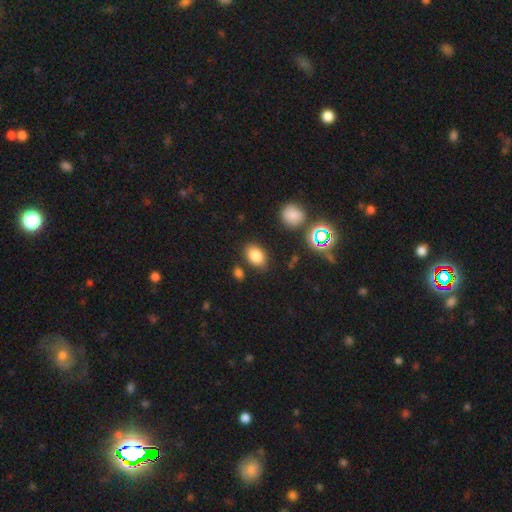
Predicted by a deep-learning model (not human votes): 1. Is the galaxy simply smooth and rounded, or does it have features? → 81% smooth, 12% star or artifact, 7% featured or disk.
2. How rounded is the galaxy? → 82% in between, 17% round, 1% cigar-shaped.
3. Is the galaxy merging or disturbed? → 80% none, 12% minor disturbance, 4% merger, 3% major disturbance.